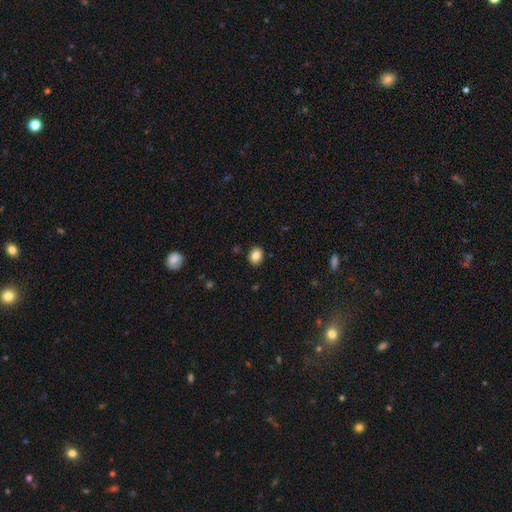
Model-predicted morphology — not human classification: Q: Smooth or featured?
A: smooth (84%); runner-up: star or artifact (9%)
Q: How rounded?
A: in between (58%); runner-up: round (41%)
Q: Merging?
A: none (89%); runner-up: minor disturbance (7%)